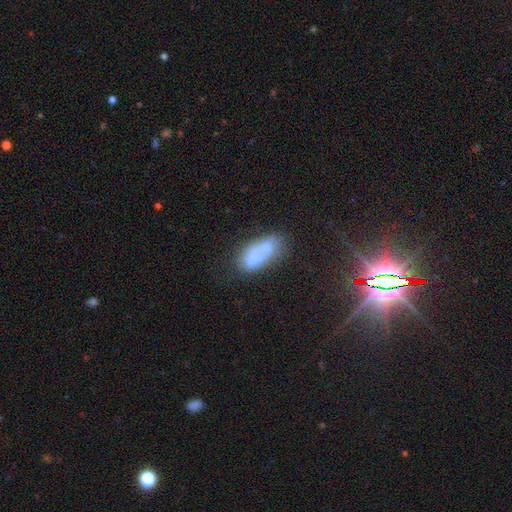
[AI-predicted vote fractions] Smooth or featured? Predicted: smooth (p=0.52). How rounded? Predicted: in between (p=0.89). Merging? Predicted: none (p=0.41).